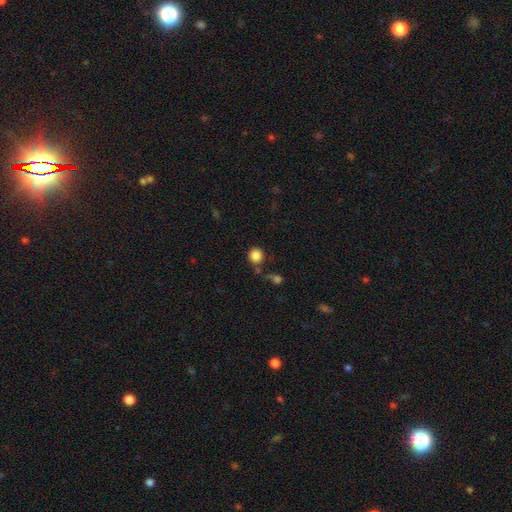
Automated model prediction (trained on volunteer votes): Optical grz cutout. It shows a smooth galaxy with no disk features (86%) that is round (91%). Merging: none (75%).